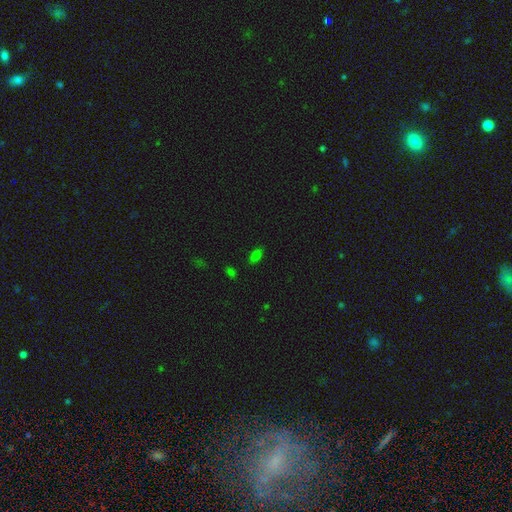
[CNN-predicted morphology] Smooth or featured? Predicted: smooth (p=0.74). How rounded? Predicted: in between (p=0.88). Merging? Predicted: none (p=0.83).